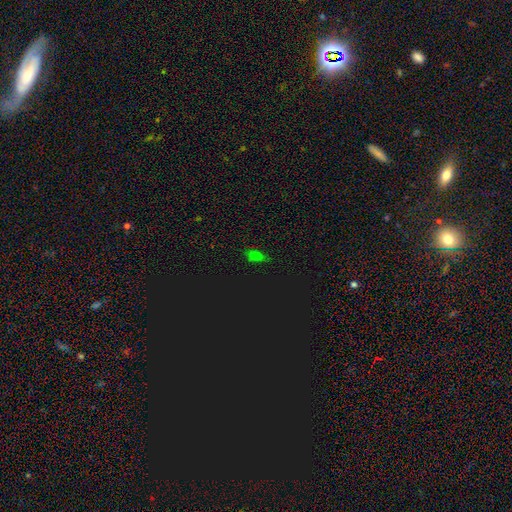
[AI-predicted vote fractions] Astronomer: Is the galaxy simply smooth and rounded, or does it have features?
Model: smooth — 56% (runner-up: star or artifact, 35%).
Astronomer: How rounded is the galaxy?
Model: in between — 78%.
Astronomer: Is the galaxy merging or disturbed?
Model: none — 77%.